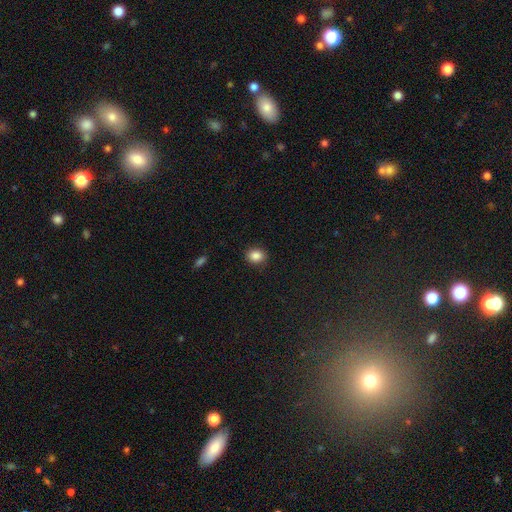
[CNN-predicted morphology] smooth_or_featured: smooth (p=0.86) [alt: star or artifact p=0.10]
how_rounded: round (p=0.60) [alt: in between p=0.39]
merging: none (p=0.87) [alt: minor disturbance p=0.09]